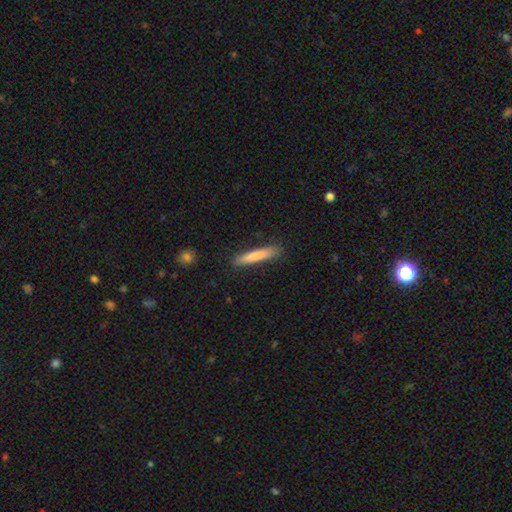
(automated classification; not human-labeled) smooth_or_featured: smooth (p=0.79) [alt: featured or disk p=0.15]
how_rounded: cigar-shaped (p=0.92) [alt: in between p=0.07]
merging: none (p=0.87) [alt: minor disturbance p=0.10]